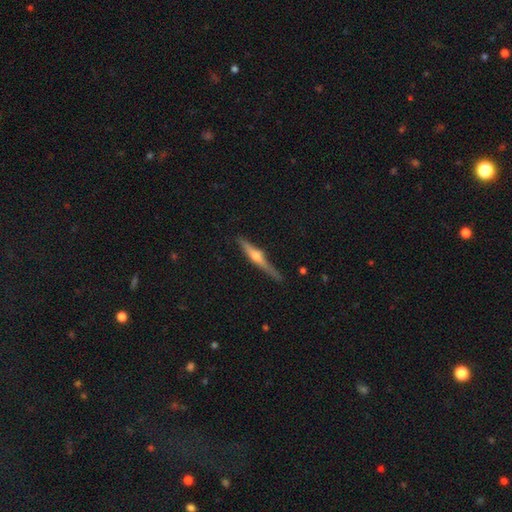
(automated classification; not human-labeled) smooth_or_featured: featured or disk (p=0.75) [alt: smooth p=0.19]
disk_edge_on: yes (p=0.98) [alt: no p=0.02]
edge_on_bulge: rounded (p=0.91) [alt: boxy p=0.05]
merging: none (p=0.85) [alt: minor disturbance p=0.12]